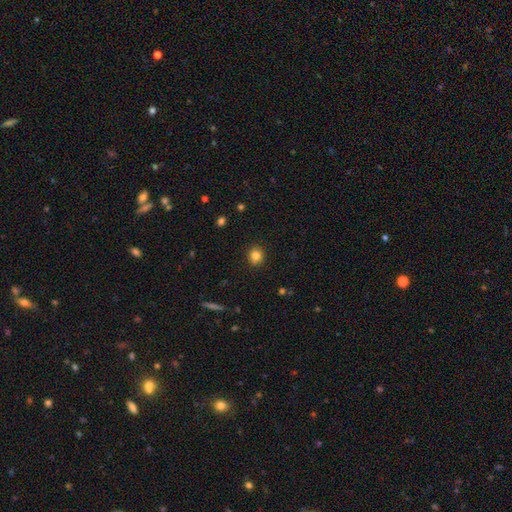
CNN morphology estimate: smooth 82%, star or artifact 11%, featured or disk 7%. Down the decision tree: how rounded — round (85%); merging — none (89%).